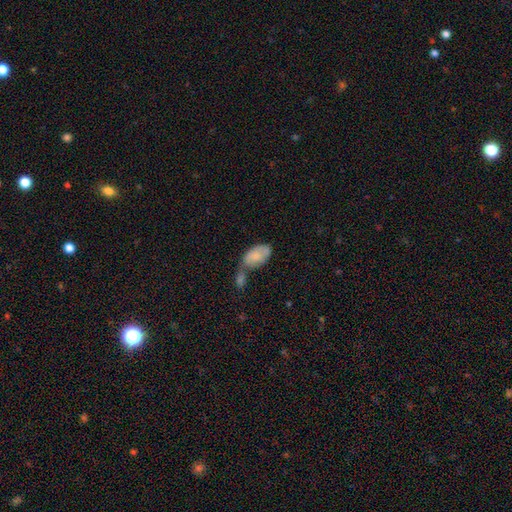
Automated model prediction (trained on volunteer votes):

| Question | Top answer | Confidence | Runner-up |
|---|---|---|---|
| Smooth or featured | smooth | 75% | featured or disk (19%) |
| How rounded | in between | 93% | round (5%) |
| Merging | merger | 48% | none (24%) |